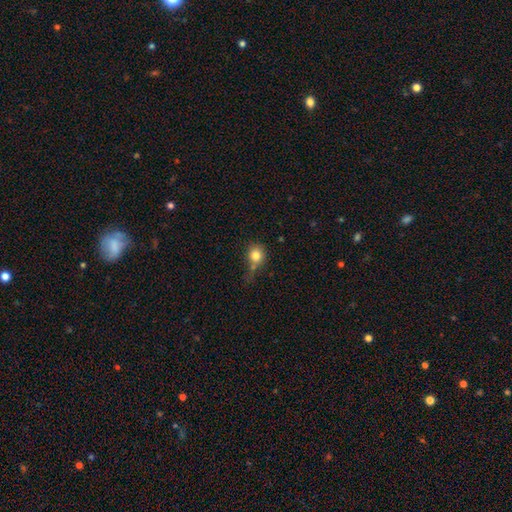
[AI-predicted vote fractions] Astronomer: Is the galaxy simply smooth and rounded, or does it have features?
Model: smooth — 81%.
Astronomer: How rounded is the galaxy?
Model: round — 80%.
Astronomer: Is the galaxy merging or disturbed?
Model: none — 43% (runner-up: minor disturbance, 24%).